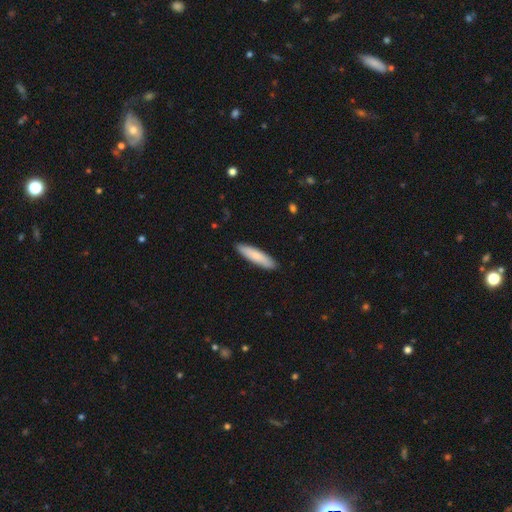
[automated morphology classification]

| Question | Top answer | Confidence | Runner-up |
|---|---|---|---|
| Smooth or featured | smooth | 81% | featured or disk (14%) |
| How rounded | cigar-shaped | 79% | in between (19%) |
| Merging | none | 90% | minor disturbance (8%) |